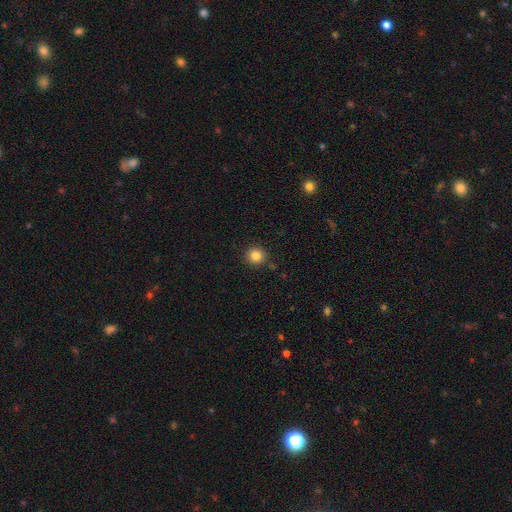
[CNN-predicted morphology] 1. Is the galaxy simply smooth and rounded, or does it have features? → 84% smooth, 11% star or artifact, 5% featured or disk.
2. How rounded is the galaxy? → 92% round, 7% in between, 1% cigar-shaped.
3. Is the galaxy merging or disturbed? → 89% none, 7% minor disturbance, 2% merger, 2% major disturbance.